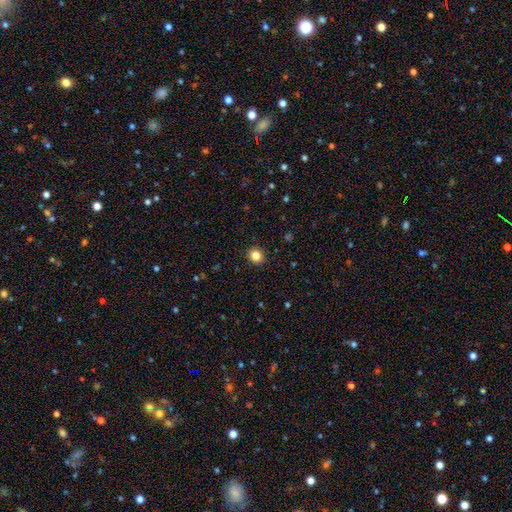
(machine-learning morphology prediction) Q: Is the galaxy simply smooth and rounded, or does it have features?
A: smooth — 84%.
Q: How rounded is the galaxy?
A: round — 84%.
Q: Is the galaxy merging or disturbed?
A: none — 92%.